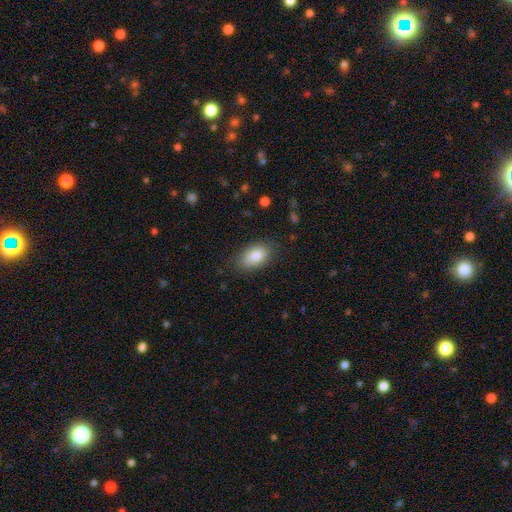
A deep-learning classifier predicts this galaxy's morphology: smooth 83%, featured or disk 10%, star or artifact 7%. Down the decision tree: how rounded — in between (90%); merging — none (82%).